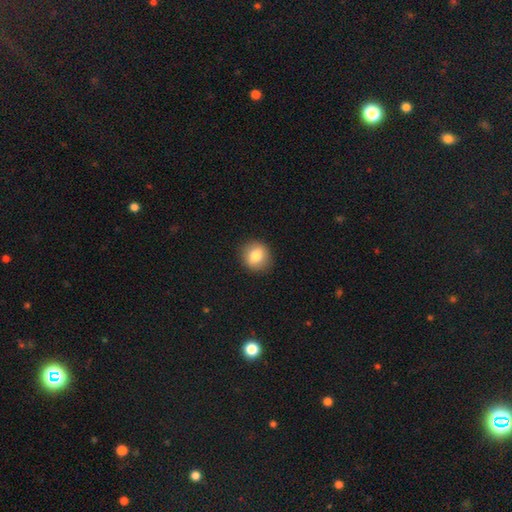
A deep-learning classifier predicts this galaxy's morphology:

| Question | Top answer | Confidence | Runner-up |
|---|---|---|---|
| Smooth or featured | smooth | 80% | featured or disk (12%) |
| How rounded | round | 84% | in between (15%) |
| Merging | none | 90% | minor disturbance (7%) |